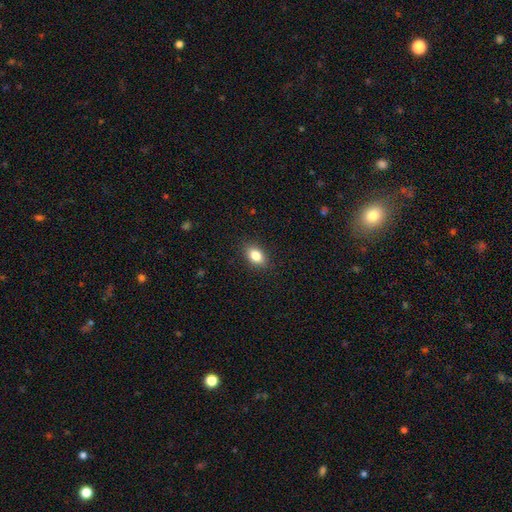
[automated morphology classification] Q: Smooth or featured?
A: smooth (84%); runner-up: star or artifact (9%)
Q: How rounded?
A: in between (85%); runner-up: round (13%)
Q: Merging?
A: none (89%); runner-up: minor disturbance (8%)